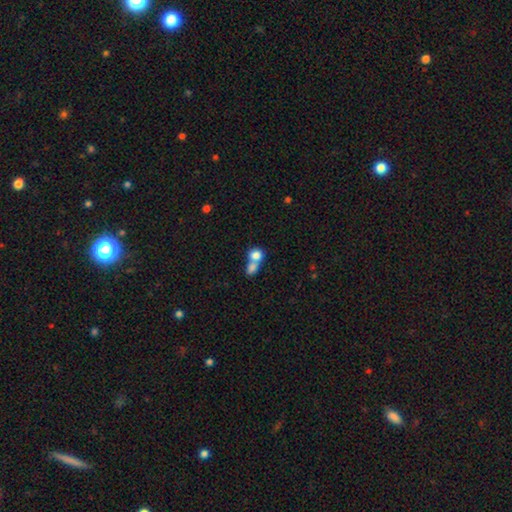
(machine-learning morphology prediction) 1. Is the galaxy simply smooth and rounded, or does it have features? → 80% smooth, 11% featured or disk, 9% star or artifact.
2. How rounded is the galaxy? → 58% round, 41% in between, 2% cigar-shaped.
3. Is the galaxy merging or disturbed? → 67% merger, 24% none, 6% minor disturbance, 3% major disturbance.